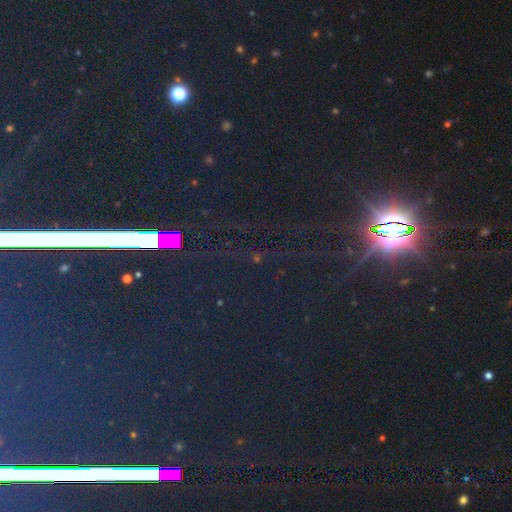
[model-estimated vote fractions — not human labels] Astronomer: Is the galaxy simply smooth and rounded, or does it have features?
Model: star or artifact — 81%.